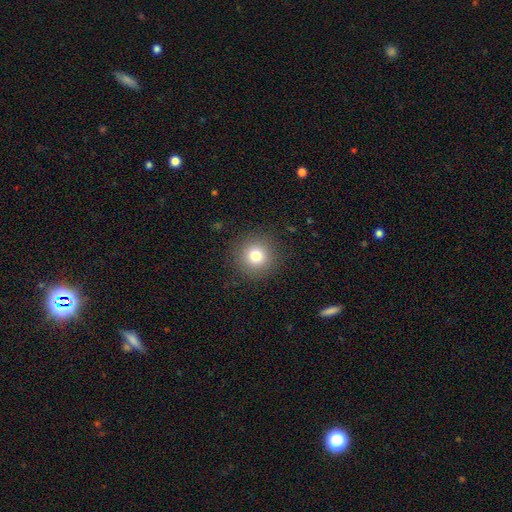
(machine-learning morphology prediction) Smooth or featured? Predicted: smooth (p=0.78). How rounded? Predicted: round (p=0.94). Merging? Predicted: none (p=0.89).